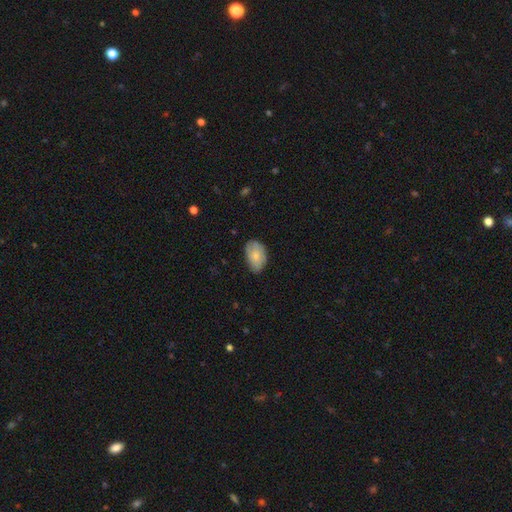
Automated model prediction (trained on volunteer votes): A smooth galaxy with no disk features (76%) that is in between round and cigar-shaped (89%). Merging: none (69%).